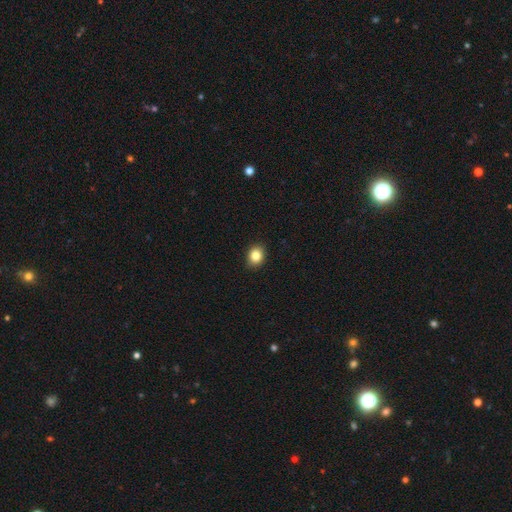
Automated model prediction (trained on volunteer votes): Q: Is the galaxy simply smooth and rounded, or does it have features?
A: smooth — 85%.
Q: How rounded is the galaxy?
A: round — 55%.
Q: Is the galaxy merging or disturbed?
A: none — 90%.